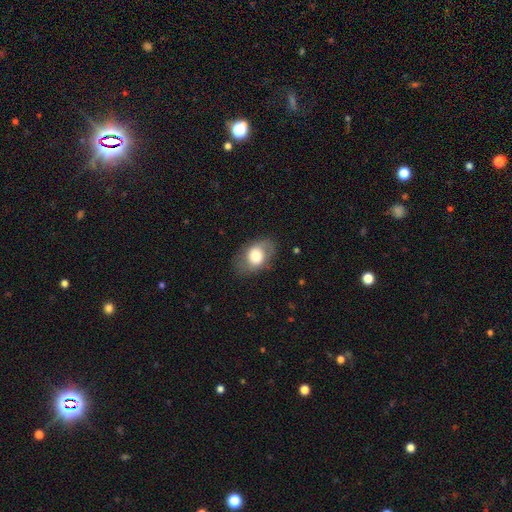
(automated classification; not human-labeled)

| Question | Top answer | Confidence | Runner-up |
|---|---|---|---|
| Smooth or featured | smooth | 65% | featured or disk (28%) |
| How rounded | in between | 75% | round (24%) |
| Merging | none | 74% | minor disturbance (17%) |